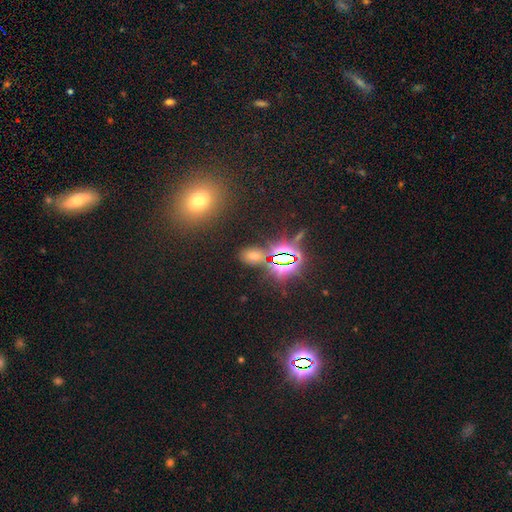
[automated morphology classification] Q: Smooth or featured?
A: star or artifact (65%); runner-up: smooth (26%)